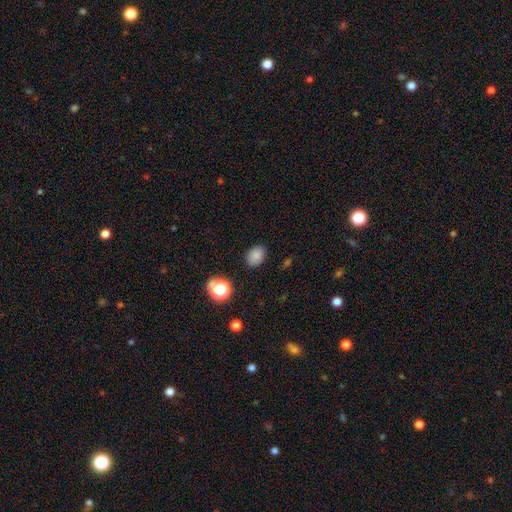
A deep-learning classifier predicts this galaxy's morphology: The model was most divided on "how rounded": in between: 71%, round: 28%, cigar-shaped: 1%. More confident: merging — none (84%); smooth or featured — smooth (82%).